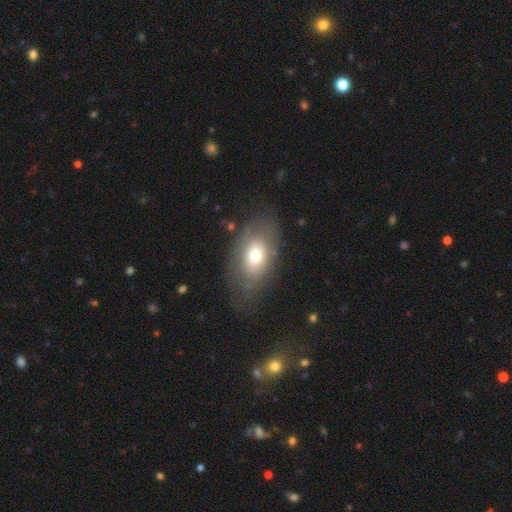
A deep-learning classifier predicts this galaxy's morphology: The model was most divided on "smooth or featured": smooth: 65%, featured or disk: 25%, star or artifact: 10%. More confident: how rounded — in between (86%); merging — none (64%).